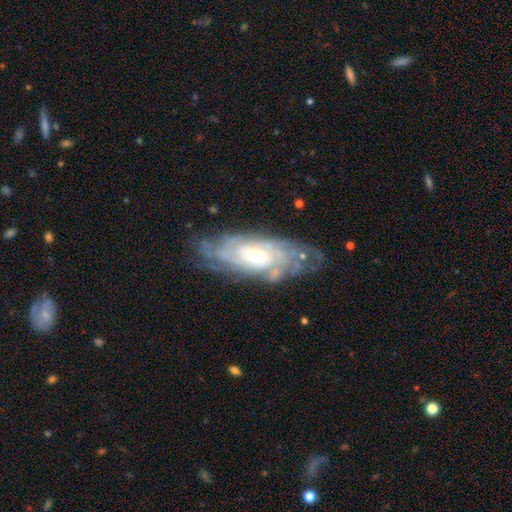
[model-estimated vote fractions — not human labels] featured or disk 83%, smooth 11%, star or artifact 6%. Down the decision tree: edge-on disk — no (89%); bar — no (59%); spiral arms — yes (93%); spiral arm count — can't tell (52%); spiral winding — tight (74%); bulge size — small (48%); merging — none (73%).